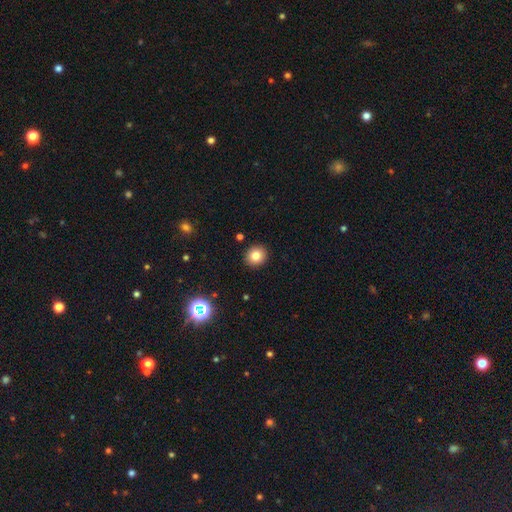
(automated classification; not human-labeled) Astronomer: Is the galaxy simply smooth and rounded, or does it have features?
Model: smooth — 82%.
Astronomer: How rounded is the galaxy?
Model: round — 85%.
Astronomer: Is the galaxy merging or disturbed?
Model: none — 91%.